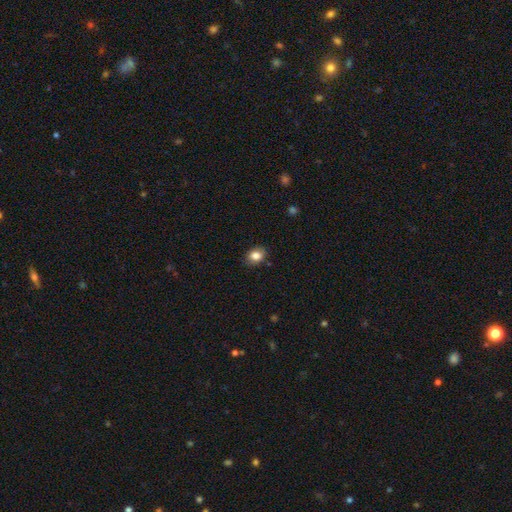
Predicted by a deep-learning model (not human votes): smooth-or-featured: smooth: 83% | star or artifact: 9% | featured or disk: 8%
  how-rounded: in between: 64% | round: 35% | cigar-shaped: 1%
  merging: none: 86% | minor disturbance: 11% | major disturbance: 2% | merger: 1%